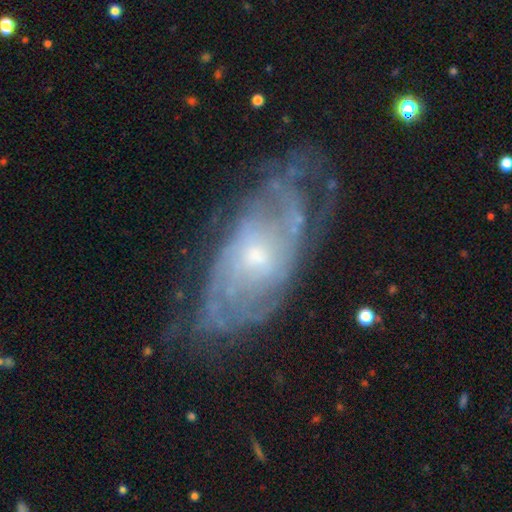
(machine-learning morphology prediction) Q: Smooth or featured?
A: featured or disk (80%); runner-up: smooth (13%)
Q: Edge-on disk?
A: no (91%); runner-up: yes (9%)
Q: Bar?
A: no (67%); runner-up: weak (29%)
Q: Spiral arms?
A: yes (86%); runner-up: no (14%)
Q: Spiral winding?
A: tight (60%); runner-up: medium (30%)
Q: Spiral arm count?
A: can't tell (57%); runner-up: 2 (17%)
Q: Bulge size?
A: small (56%); runner-up: moderate (39%)
Q: Merging?
A: none (65%); runner-up: minor disturbance (22%)